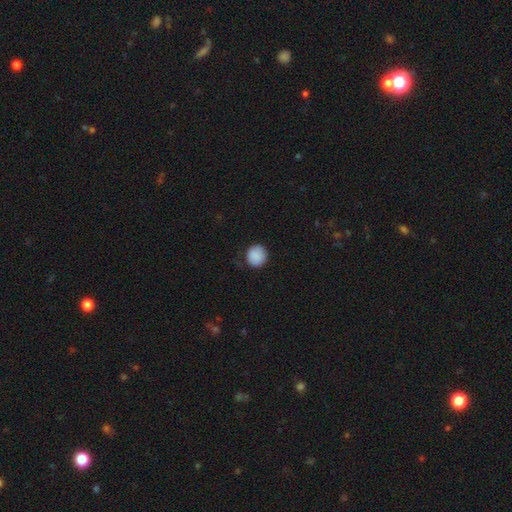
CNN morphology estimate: smooth-or-featured: smooth: 89% | star or artifact: 8% | featured or disk: 3%
  how-rounded: round: 91% | in between: 8% | cigar-shaped: 1%
  merging: none: 79% | minor disturbance: 16% | major disturbance: 4% | merger: 1%